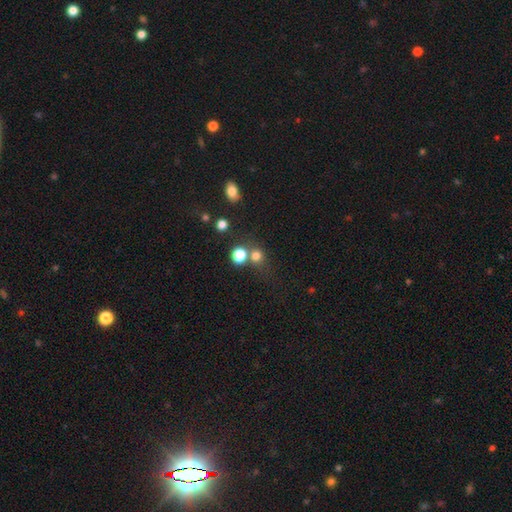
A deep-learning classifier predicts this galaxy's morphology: The model was most divided on "merging": none: 61%, merger: 26%, minor disturbance: 8%, major disturbance: 4%. More confident: how rounded — round (85%); smooth or featured — smooth (75%).